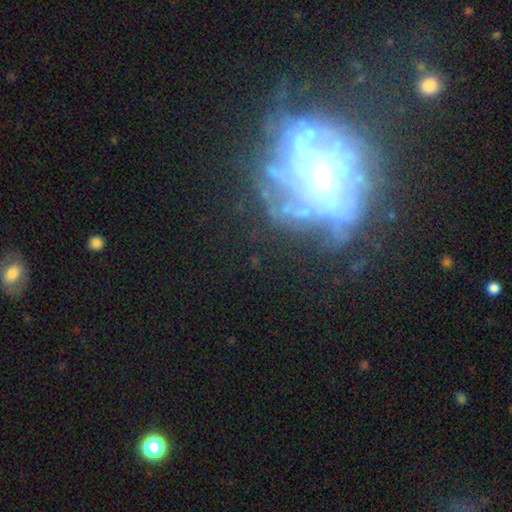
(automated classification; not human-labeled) Overall: featured or disk (64%). Edge-on disk: no (92%). Bar: no (66%). Spiral arms: no (55%; yes 45%). Bulge size: moderate (49%; large 24%). Merging: none (54%; major disturbance 23%).